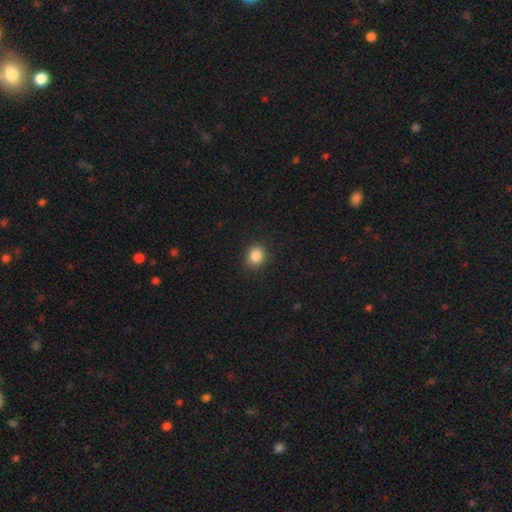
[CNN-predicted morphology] A smooth galaxy with no disk features (86%) that is round (71%).

Vote fractions:
- Smooth or featured? smooth: 86% / star or artifact: 10% / featured or disk: 4%
- How rounded? round: 71% / in between: 28% / cigar-shaped: 1%
- Merging? none: 88% / minor disturbance: 9% / major disturbance: 2% / merger: 1%